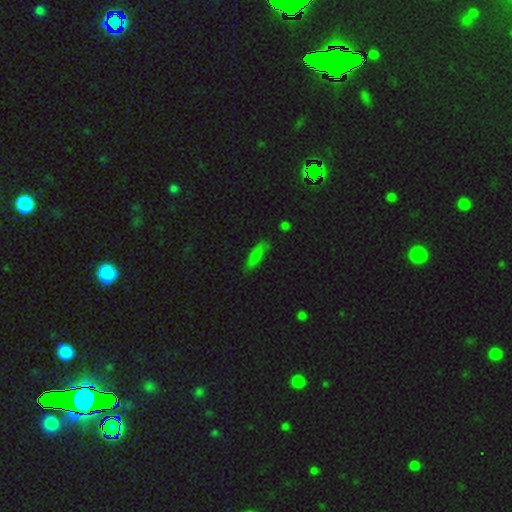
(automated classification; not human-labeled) Morphology: type=smooth (78%); roundness=cigar-shaped (54%); merging=none (76%).